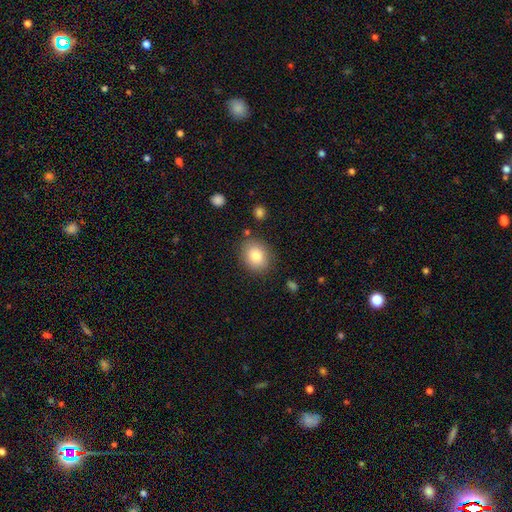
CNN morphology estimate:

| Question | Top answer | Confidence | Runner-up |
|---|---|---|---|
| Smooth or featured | smooth | 81% | featured or disk (10%) |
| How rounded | round | 56% | in between (43%) |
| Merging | none | 83% | minor disturbance (11%) |